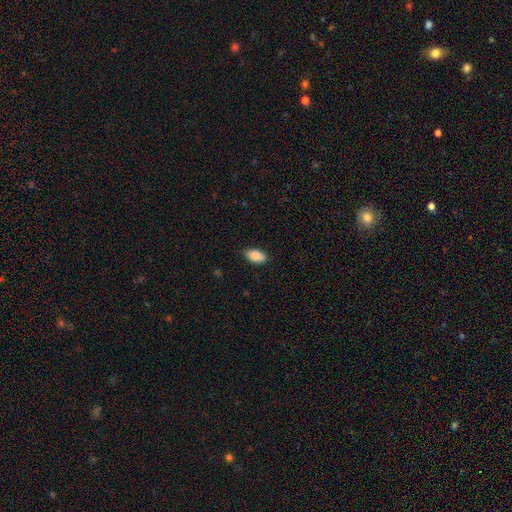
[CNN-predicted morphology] Smooth or featured? smooth (88%)
How rounded? in between (93%)
Merging? none (83%)